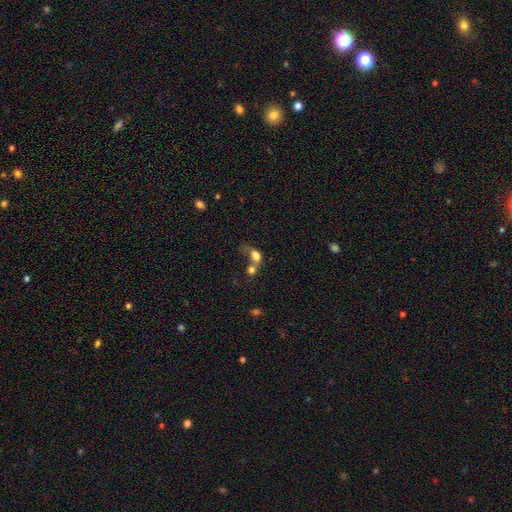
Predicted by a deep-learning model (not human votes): Overall: smooth (74%). How rounded: in between (64%; round 33%). Merging: merger (61%).